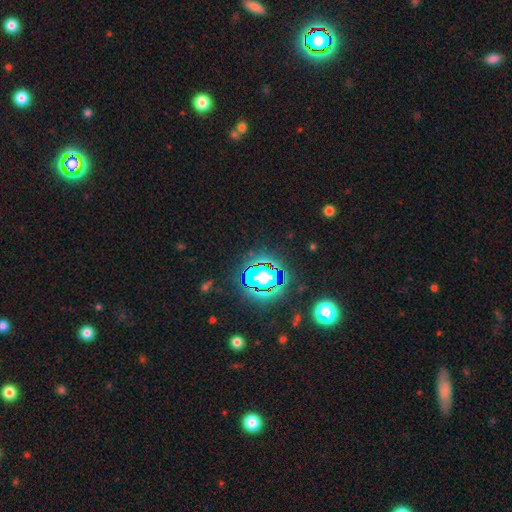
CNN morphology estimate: Smooth or featured?
  - star or artifact: 81% *
  - smooth: 11%
  - featured or disk: 7%